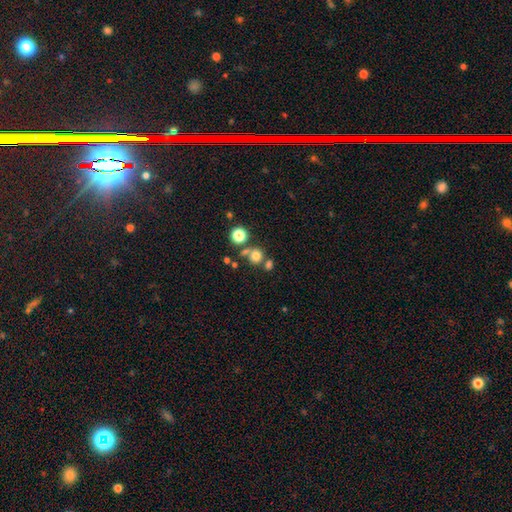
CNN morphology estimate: smooth 74%, star or artifact 17%, featured or disk 9%. Down the decision tree: how rounded — round (83%); merging — none (60%).